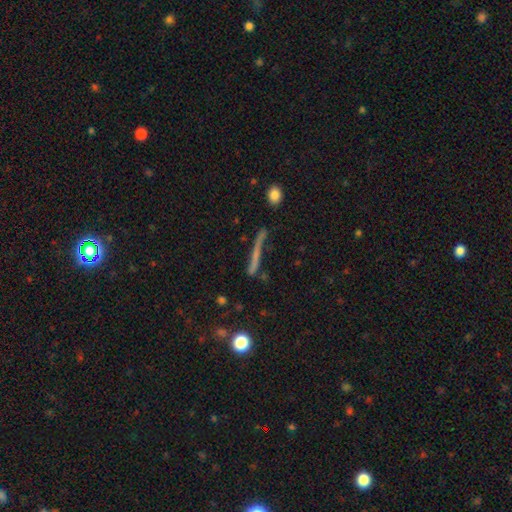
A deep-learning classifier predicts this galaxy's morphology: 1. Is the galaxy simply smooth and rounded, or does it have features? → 44% featured or disk, 43% smooth, 13% star or artifact.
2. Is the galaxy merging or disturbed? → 69% none, 17% minor disturbance, 7% major disturbance, 6% merger.